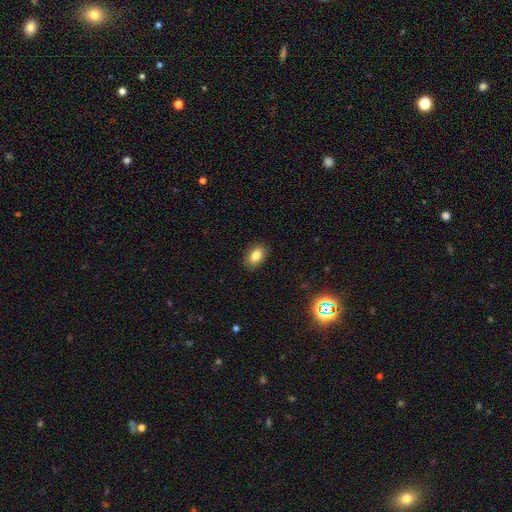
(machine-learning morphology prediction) smooth_or_featured: smooth (p=0.84) [alt: star or artifact p=0.09]
how_rounded: in between (p=0.89) [alt: round p=0.09]
merging: none (p=0.88) [alt: minor disturbance p=0.08]